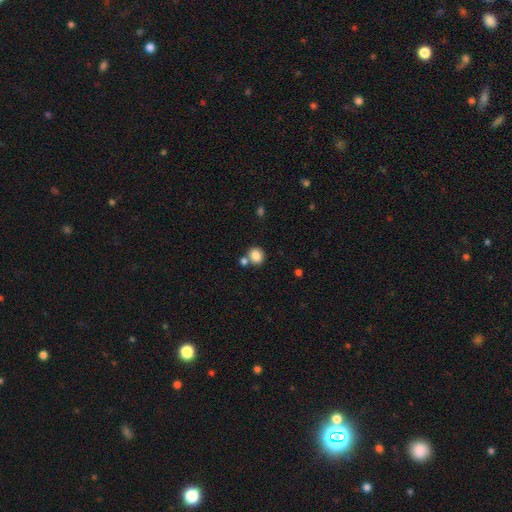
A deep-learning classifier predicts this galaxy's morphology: smooth_or_featured: smooth (p=0.85) [alt: star or artifact p=0.10]
how_rounded: round (p=0.76) [alt: in between p=0.23]
merging: none (p=0.61) [alt: merger p=0.26]